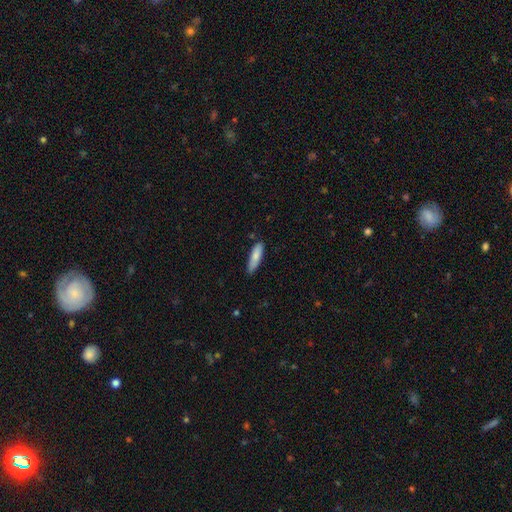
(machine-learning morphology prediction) Smooth or featured? smooth (81%)
How rounded? cigar-shaped (64%)
Merging? none (80%)